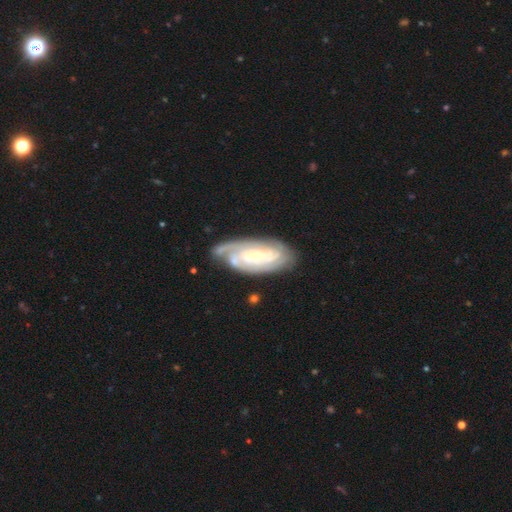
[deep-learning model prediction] Smooth or featured? Predicted: featured or disk (p=0.82). Edge-on disk? Predicted: no (p=0.93). Bar? Predicted: no (p=0.64). Spiral arms? Predicted: yes (p=0.93). Spiral winding? Predicted: tight (p=0.70). Spiral arm count? Predicted: can't tell (p=0.37). Bulge size? Predicted: small (p=0.63). Merging? Predicted: none (p=0.67).